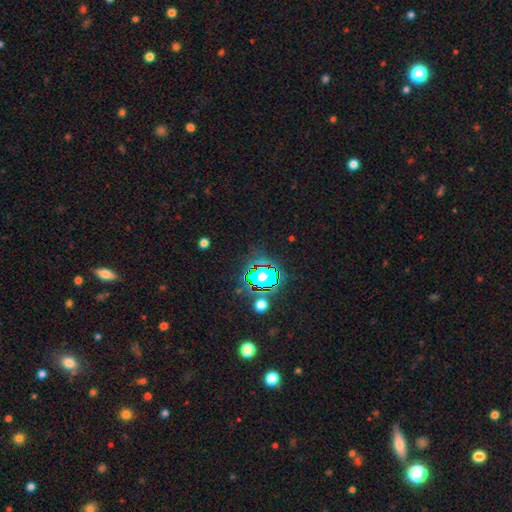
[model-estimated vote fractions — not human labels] The model was most divided on "smooth or featured": star or artifact: 80%, smooth: 12%, featured or disk: 8%.